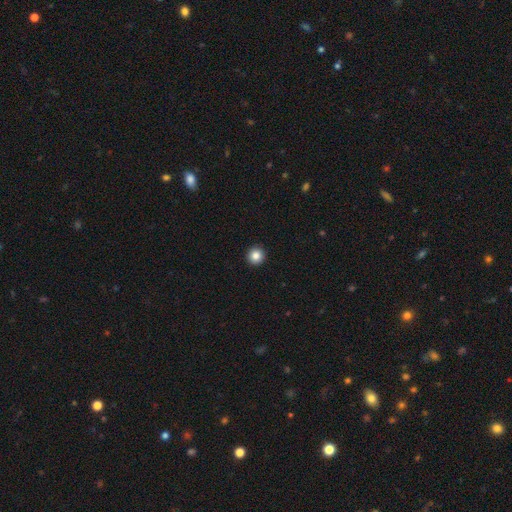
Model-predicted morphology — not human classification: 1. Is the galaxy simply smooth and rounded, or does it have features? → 85% smooth, 10% star or artifact, 5% featured or disk.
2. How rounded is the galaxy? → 96% round, 3% in between, 1% cigar-shaped.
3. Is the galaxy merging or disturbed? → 94% none, 3% minor disturbance, 1% major disturbance, 1% merger.